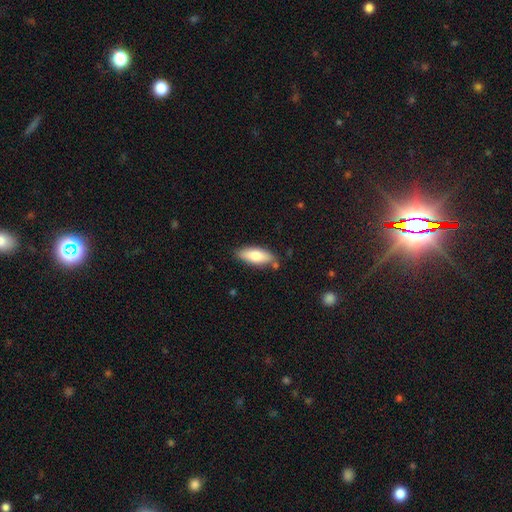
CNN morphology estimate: Overall: smooth (78%). How rounded: in between (70%). Merging: none (79%).